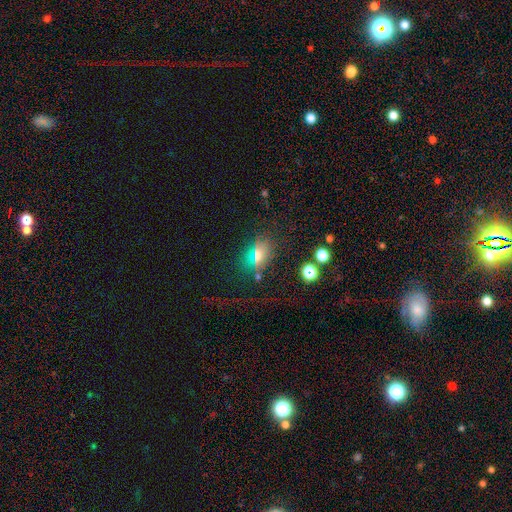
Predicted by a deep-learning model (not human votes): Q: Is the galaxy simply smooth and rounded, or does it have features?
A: smooth — 54%.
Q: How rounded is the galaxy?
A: in between — 68%.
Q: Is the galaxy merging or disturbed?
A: none — 78%.